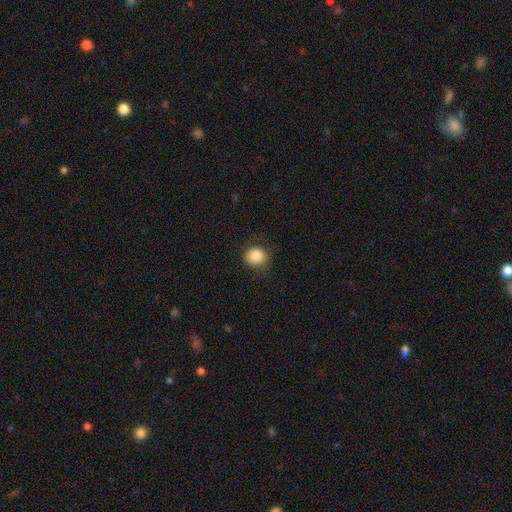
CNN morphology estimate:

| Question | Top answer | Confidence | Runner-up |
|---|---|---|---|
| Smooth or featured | smooth | 85% | star or artifact (10%) |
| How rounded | round | 84% | in between (15%) |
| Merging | none | 79% | minor disturbance (15%) |